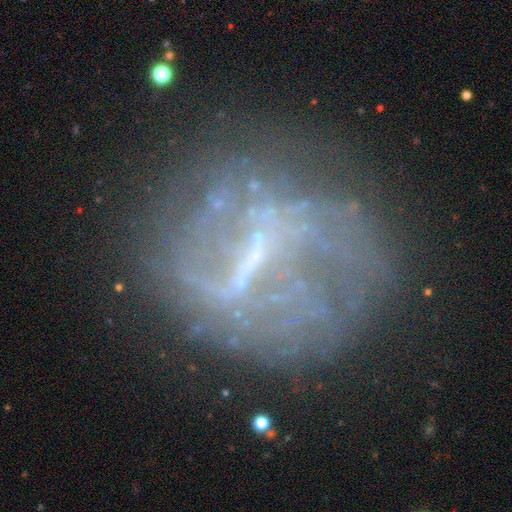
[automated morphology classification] This appears to be a featured or disk galaxy (72%) with a strong bar (40%, tied with weak), no spiral arms (50%, tied with yes) and no central bulge (44%). Merging: none (59%).